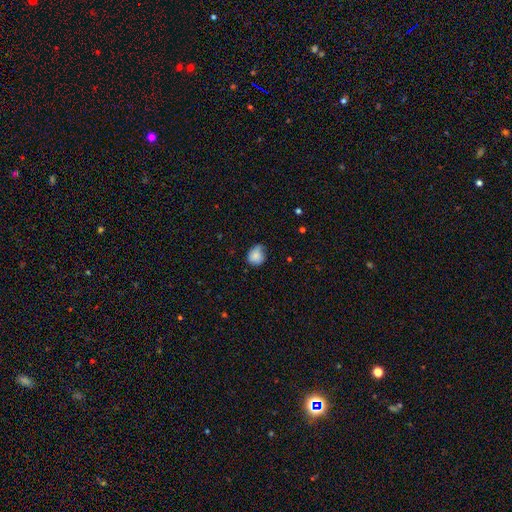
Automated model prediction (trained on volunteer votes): Smooth or featured? smooth (81%)
How rounded? round (66%)
Merging? none (49%)